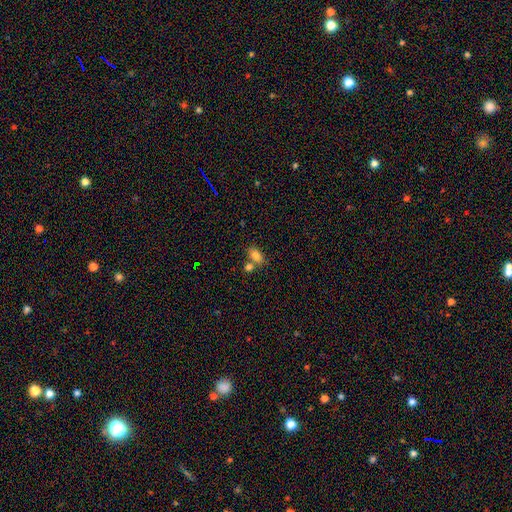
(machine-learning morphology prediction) The model was most divided on "merging": none: 54%, merger: 29%, minor disturbance: 13%, major disturbance: 4%. More confident: how rounded — in between (84%); smooth or featured — smooth (81%).